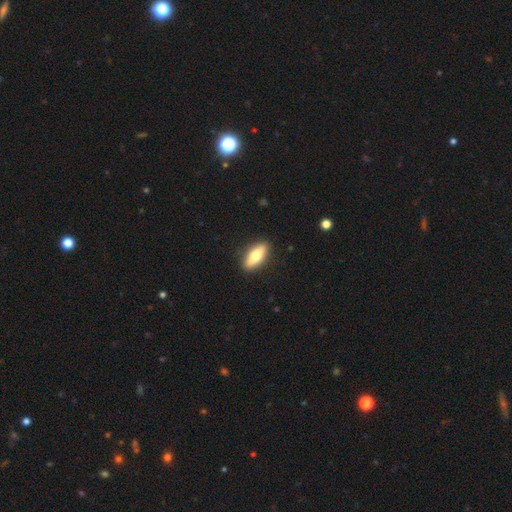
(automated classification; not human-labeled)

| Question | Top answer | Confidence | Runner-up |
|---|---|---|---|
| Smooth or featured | smooth | 68% | featured or disk (26%) |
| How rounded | in between | 74% | cigar-shaped (23%) |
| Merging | none | 90% | minor disturbance (7%) |